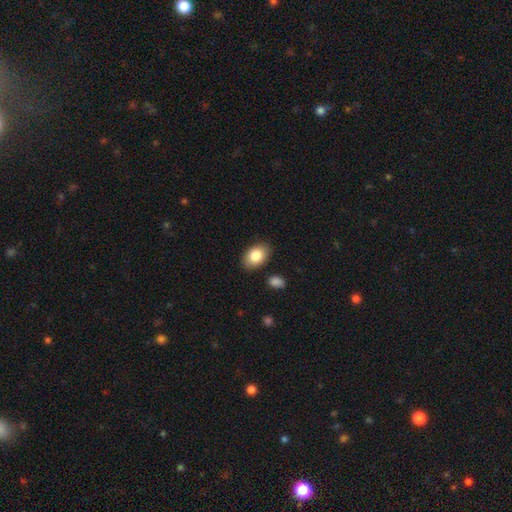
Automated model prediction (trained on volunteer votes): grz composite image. It shows a smooth galaxy with no disk features (85%) that is in between round and cigar-shaped (86%). Merging: none (86%).